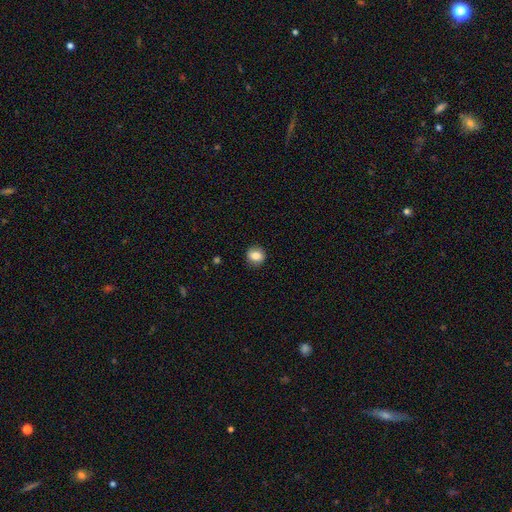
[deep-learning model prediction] Smooth or featured: smooth — 81% (featured or disk — 10%)
How rounded: round — 76% (in between — 22%)
Merging: none — 88% (minor disturbance — 9%)